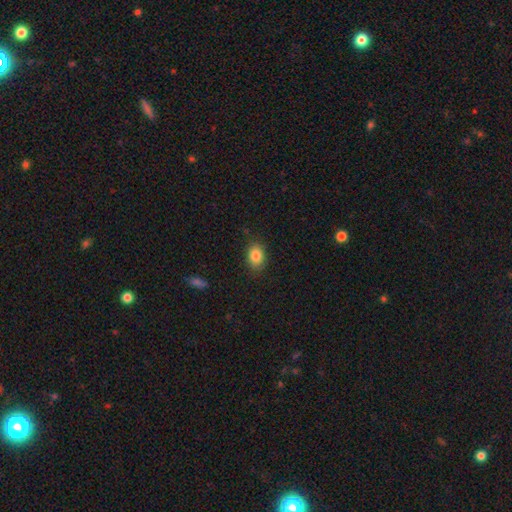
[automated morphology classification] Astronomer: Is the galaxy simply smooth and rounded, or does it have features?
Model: smooth — 84%.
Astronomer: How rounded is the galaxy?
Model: in between — 74%.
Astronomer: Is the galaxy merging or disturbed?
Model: none — 86%.